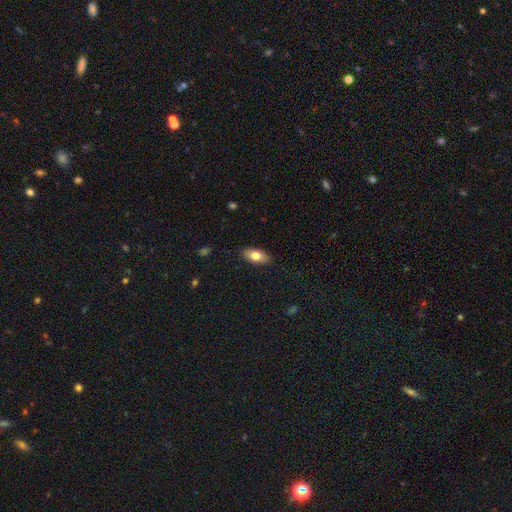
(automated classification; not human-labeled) Morphology: type=smooth (79%); roundness=in between (89%); merging=none (87%).